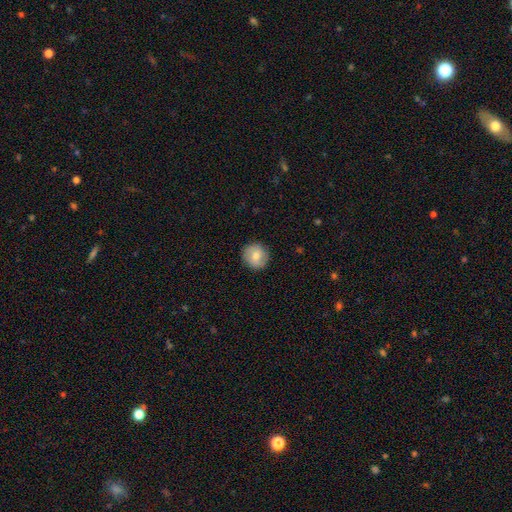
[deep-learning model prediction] Q: Smooth or featured?
A: smooth (70%); runner-up: featured or disk (22%)
Q: How rounded?
A: round (90%); runner-up: in between (9%)
Q: Merging?
A: none (88%); runner-up: minor disturbance (9%)